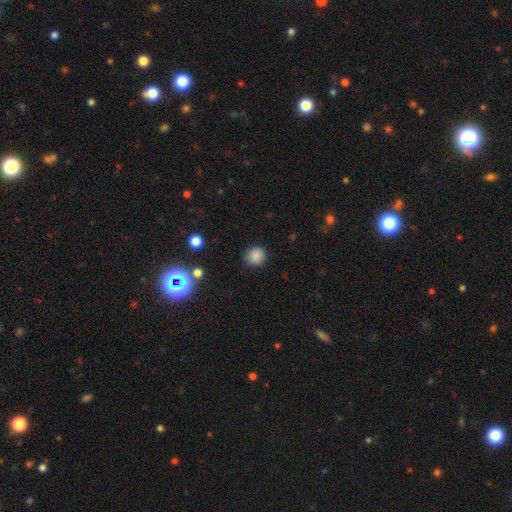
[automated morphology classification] This is clearly a smooth galaxy (84%). How rounded: clearly round (85%). Merging: clearly none (87%).